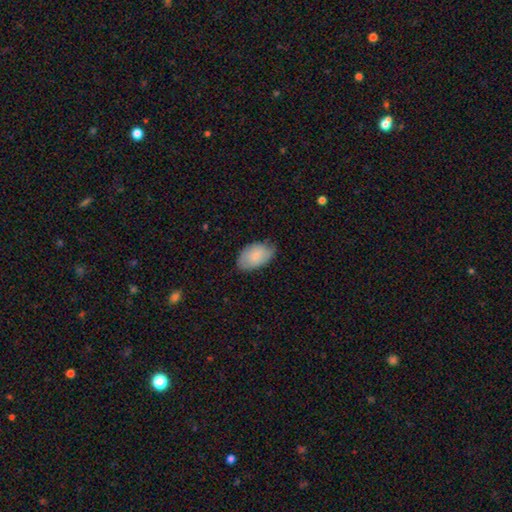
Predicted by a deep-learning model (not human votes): A smooth galaxy with no disk features (83%) that is in between round and cigar-shaped (93%). Merging: none (74%).